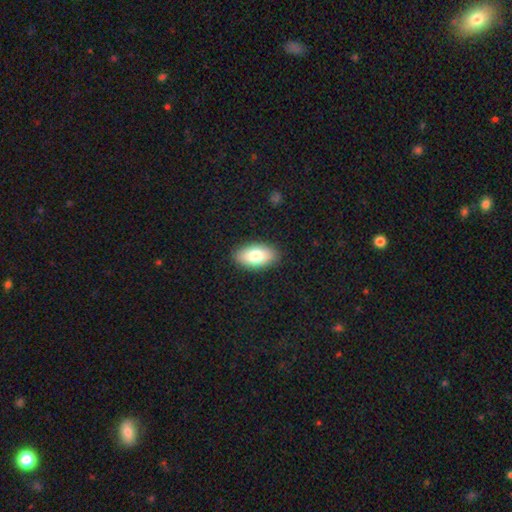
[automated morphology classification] This appears to be a smooth galaxy with no disk features (80%) that is in between round and cigar-shaped (94%). Merging: none (89%).